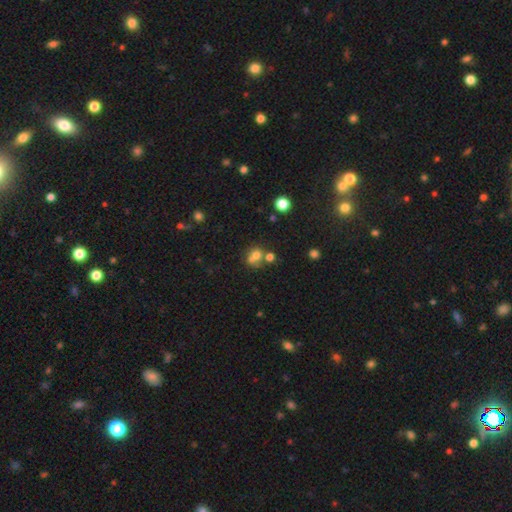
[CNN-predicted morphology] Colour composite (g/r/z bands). It shows a smooth galaxy with no disk features (65%) that is round (64%). Merging: merger (45%).